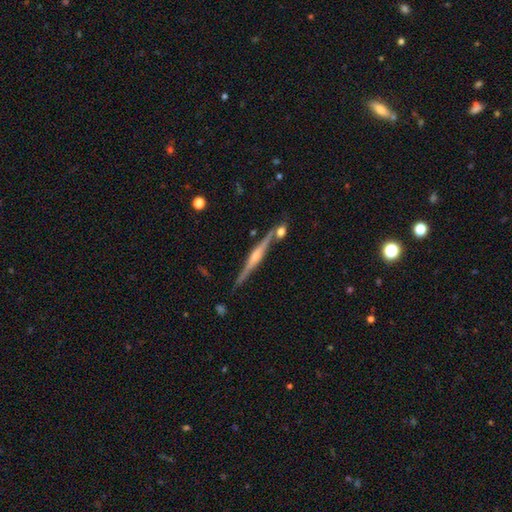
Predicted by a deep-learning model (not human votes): featured or disk 83%, smooth 11%, star or artifact 6%. Down the decision tree: edge-on disk — yes (98%); edge-on bulge — rounded (79%); merging — none (82%).